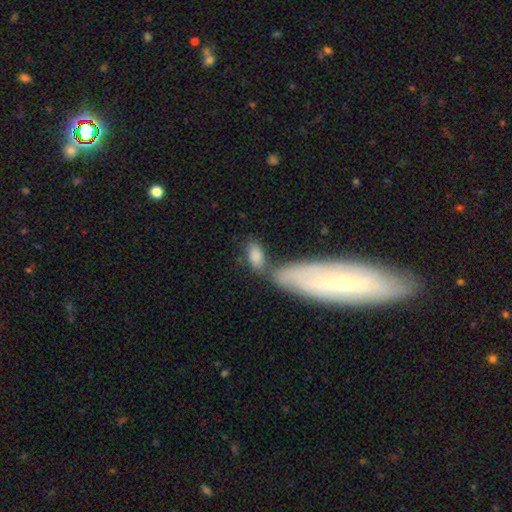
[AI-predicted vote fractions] A smooth galaxy with no disk features (80%) that is in between round and cigar-shaped (88%).

Vote fractions:
- Smooth or featured? smooth: 80% / featured or disk: 13% / star or artifact: 7%
- How rounded? in between: 88% / cigar-shaped: 8% / round: 4%
- Merging? none: 40% / merger: 35% / minor disturbance: 16% / major disturbance: 9%